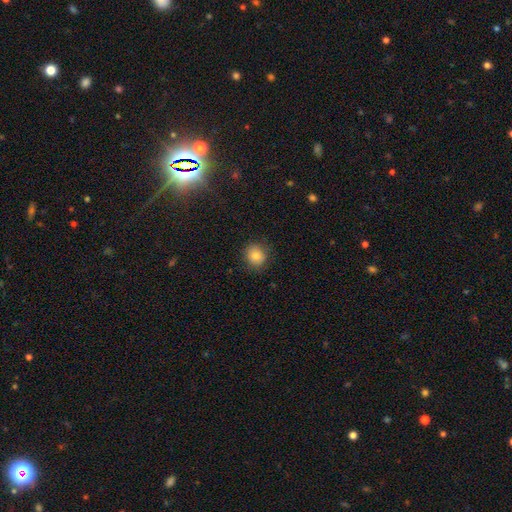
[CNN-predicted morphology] Smooth or featured? smooth (82%)
How rounded? round (78%)
Merging? none (84%)